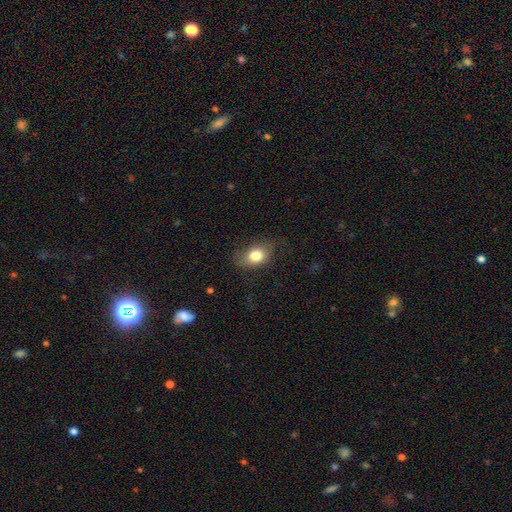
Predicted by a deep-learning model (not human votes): This is likely a smooth galaxy (79%). How rounded: likely in between (71%). Merging: likely none (69%).